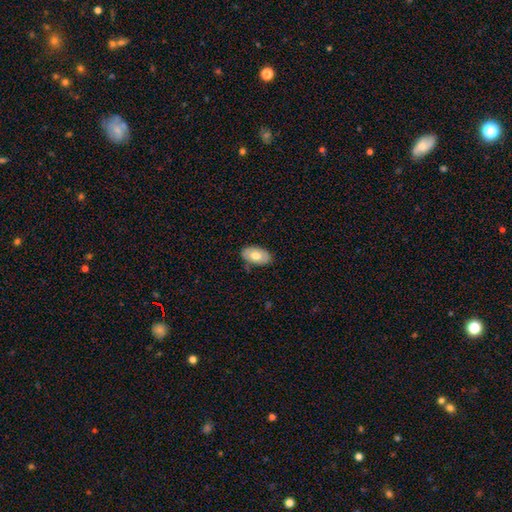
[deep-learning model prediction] Morphology: type=smooth (68%); roundness=in between (93%); merging=none (81%).